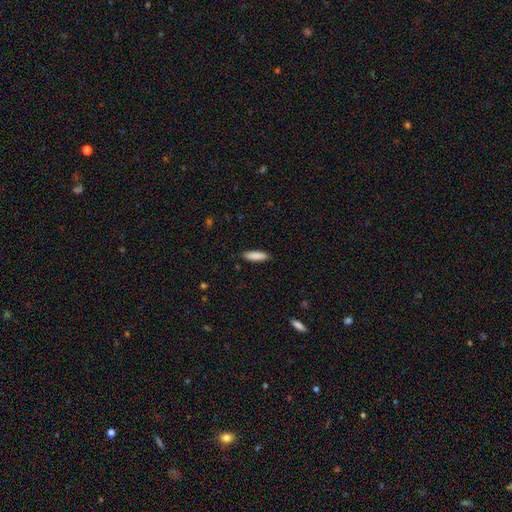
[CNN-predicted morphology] Smooth or featured? smooth (88%)
How rounded? cigar-shaped (56%)
Merging? none (87%)